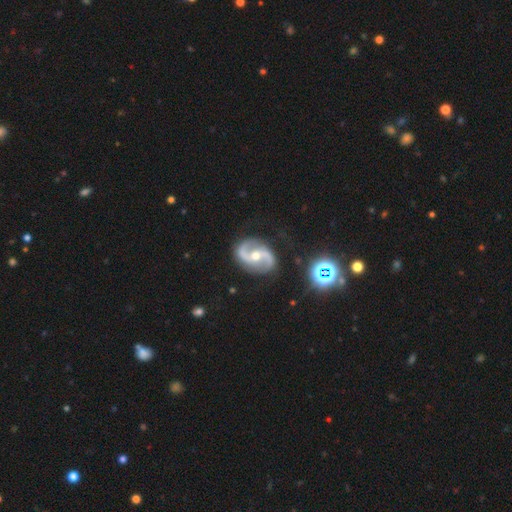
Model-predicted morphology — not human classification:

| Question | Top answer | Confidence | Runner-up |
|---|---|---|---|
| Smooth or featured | featured or disk | 92% | star or artifact (5%) |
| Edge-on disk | no | 98% | yes (2%) |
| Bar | no | 42% | weak (34%) |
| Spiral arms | yes | 98% | no (2%) |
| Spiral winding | medium | 48% | loose (41%) |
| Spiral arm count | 2 | 95% | can't tell (1%) |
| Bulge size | moderate | 68% | small (28%) |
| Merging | none | 86% | minor disturbance (10%) |